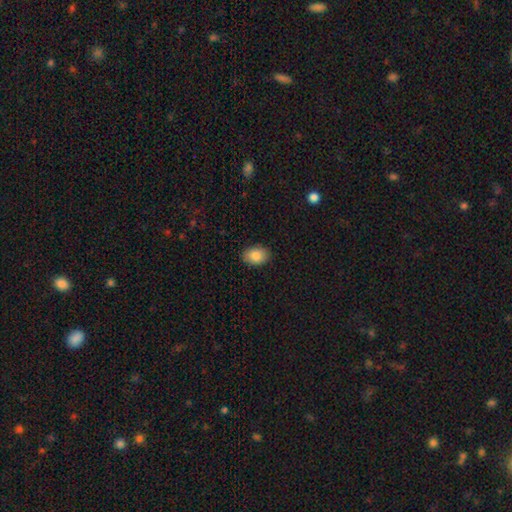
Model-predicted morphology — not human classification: smooth 87%, star or artifact 8%, featured or disk 5%. Down the decision tree: how rounded — in between (81%); merging — none (88%).